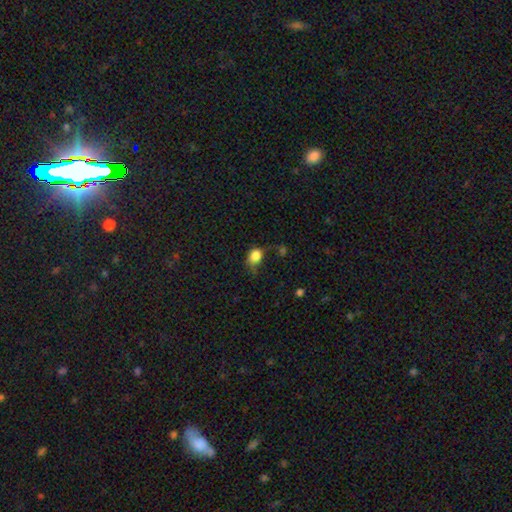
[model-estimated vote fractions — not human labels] smooth 83%, star or artifact 10%, featured or disk 7%. Down the decision tree: how rounded — round (50%); merging — none (37%).